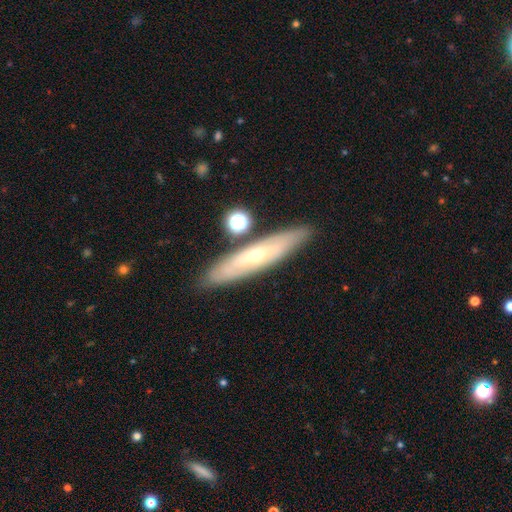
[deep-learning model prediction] Overall: featured or disk (64%; smooth 28%). Edge-on disk: yes (55%; no 45%). Merging: none (83%).